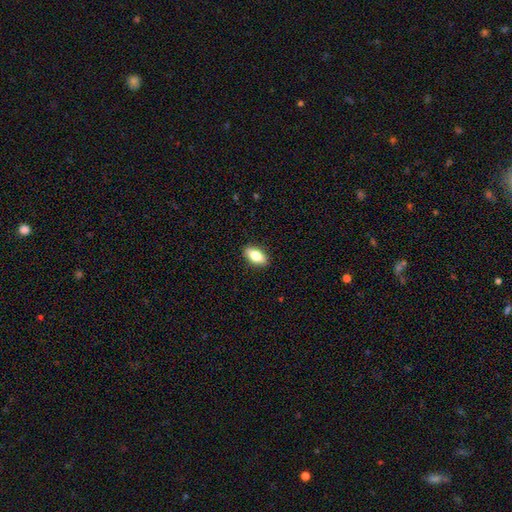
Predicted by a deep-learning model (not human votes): A smooth galaxy with no disk features (73%) that is in between round and cigar-shaped (85%). Merging: none (89%).